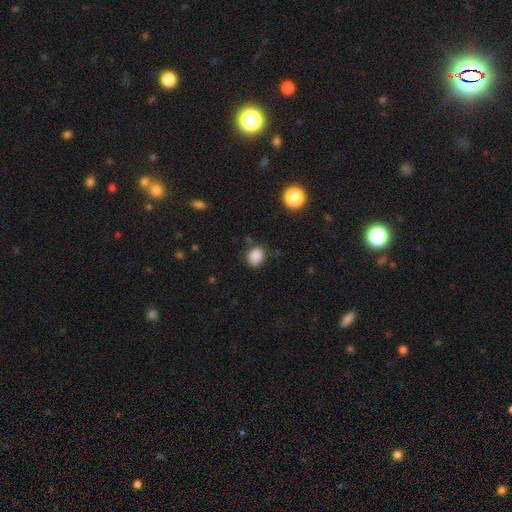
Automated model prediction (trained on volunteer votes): The model was most divided on "how rounded": round: 50%, in between: 49%, cigar-shaped: 1%. More confident: smooth or featured — smooth (86%); merging — none (73%).